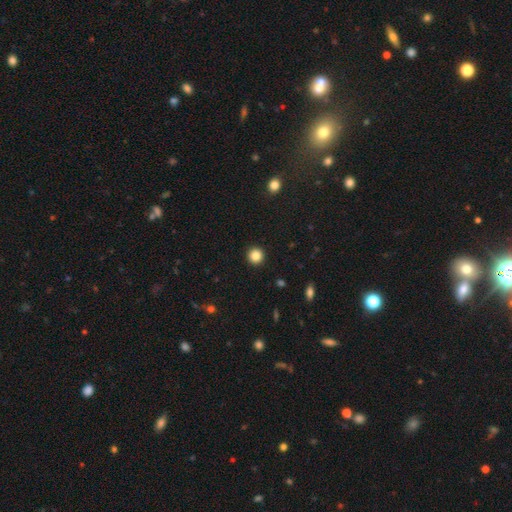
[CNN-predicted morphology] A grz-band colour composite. It shows a smooth galaxy with no disk features (86%) that is round (95%). Merging: none (93%).